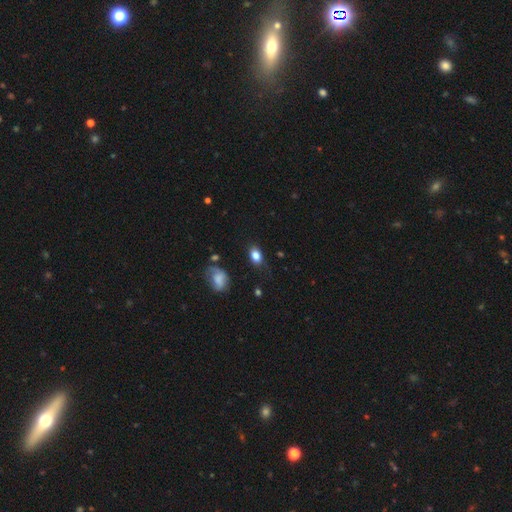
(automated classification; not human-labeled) A smooth galaxy with no disk features (84%) that is in between round and cigar-shaped (80%). Merging: none (68%).